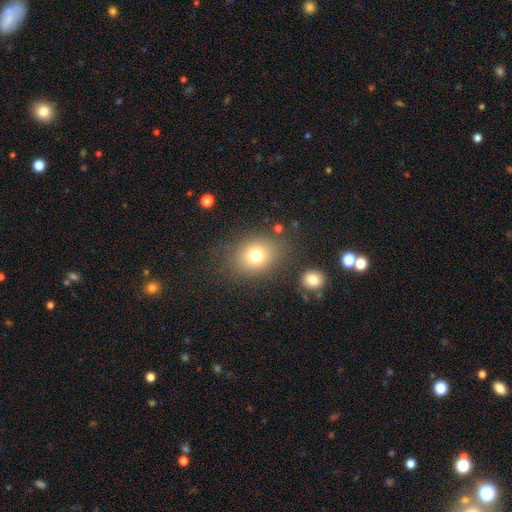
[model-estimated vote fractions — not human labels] smooth_or_featured: smooth (p=0.76) [alt: star or artifact p=0.13]
how_rounded: in between (p=0.50) [alt: round p=0.49]
merging: none (p=0.78) [alt: minor disturbance p=0.12]